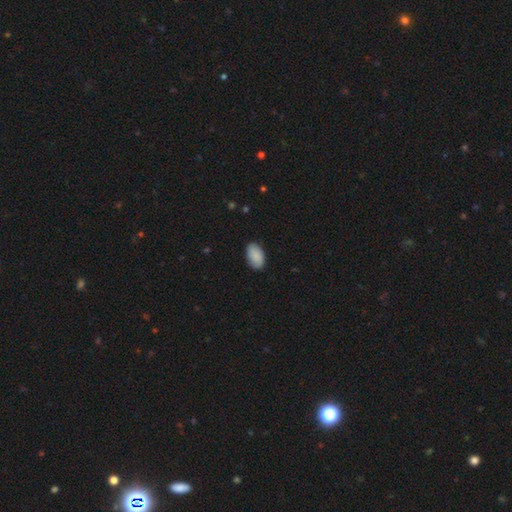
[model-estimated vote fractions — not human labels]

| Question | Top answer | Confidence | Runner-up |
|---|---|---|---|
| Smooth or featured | smooth | 90% | star or artifact (6%) |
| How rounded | in between | 95% | round (4%) |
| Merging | none | 86% | minor disturbance (11%) |